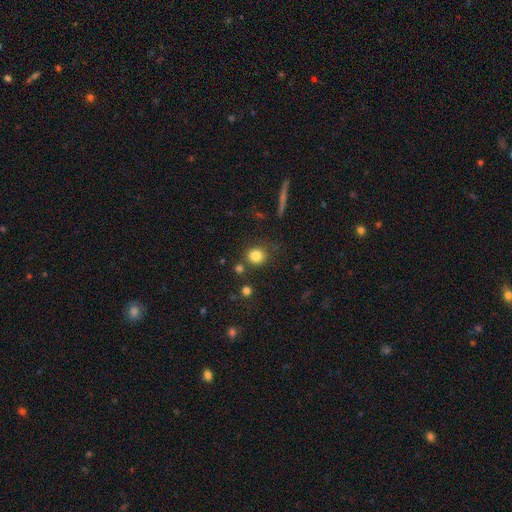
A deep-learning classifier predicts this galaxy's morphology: Smooth or featured? smooth (82%)
How rounded? round (85%)
Merging? none (79%)